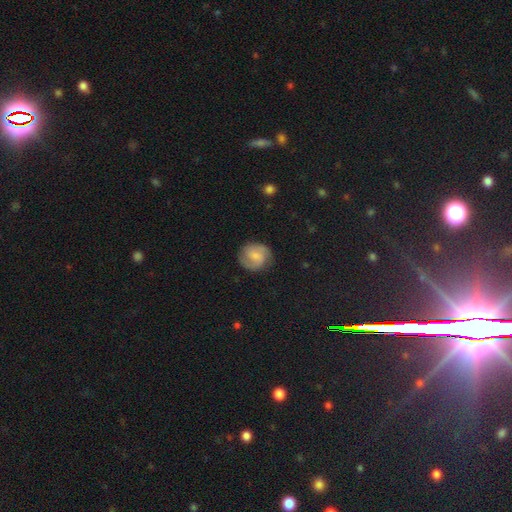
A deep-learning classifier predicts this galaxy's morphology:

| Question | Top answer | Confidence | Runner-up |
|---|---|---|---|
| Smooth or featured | featured or disk | 58% | smooth (35%) |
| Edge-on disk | no | 98% | yes (2%) |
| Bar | weak | 51% | no (36%) |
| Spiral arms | yes | 91% | no (9%) |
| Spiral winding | medium | 46% | tight (36%) |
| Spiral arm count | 2 | 82% | can't tell (10%) |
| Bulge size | small | 47% | moderate (29%) |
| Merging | none | 80% | minor disturbance (14%) |